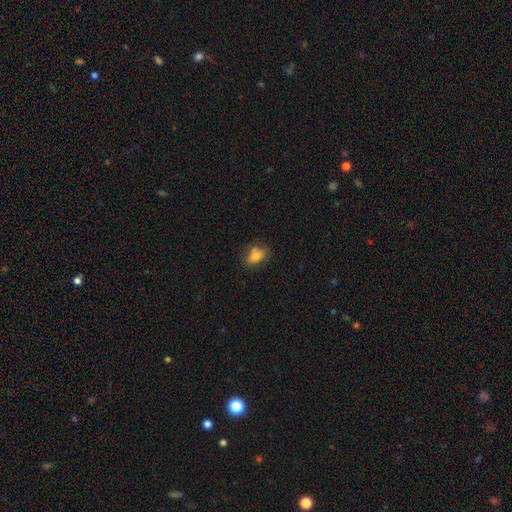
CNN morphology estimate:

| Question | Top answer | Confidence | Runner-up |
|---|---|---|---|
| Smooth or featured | smooth | 76% | featured or disk (14%) |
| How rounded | in between | 74% | round (24%) |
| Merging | none | 68% | minor disturbance (20%) |